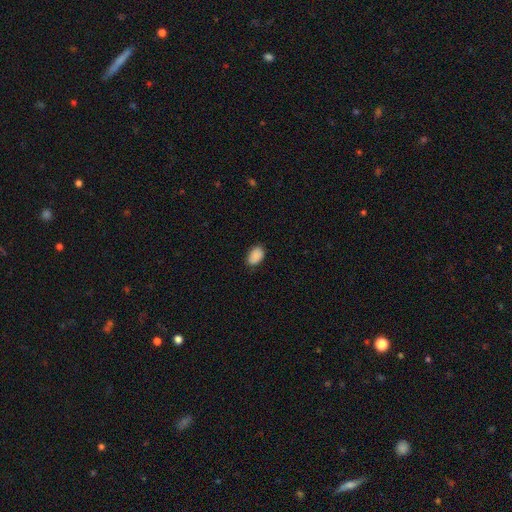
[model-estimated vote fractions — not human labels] This is clearly a smooth galaxy (89%). How rounded: clearly in between (89%). Merging: clearly none (80%).